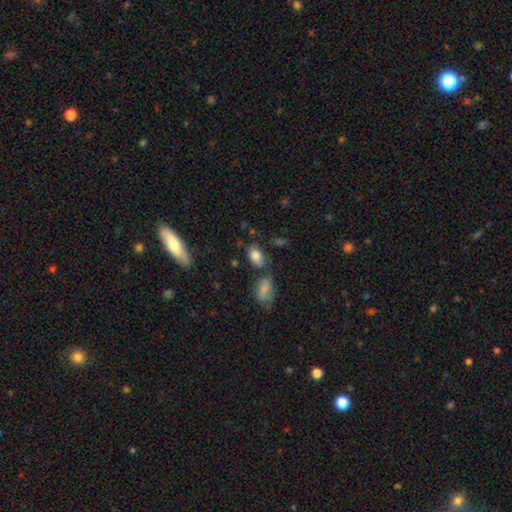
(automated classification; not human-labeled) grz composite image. It shows a smooth galaxy with no disk features (82%) that is in between round and cigar-shaped (90%). Merging: none (62%).